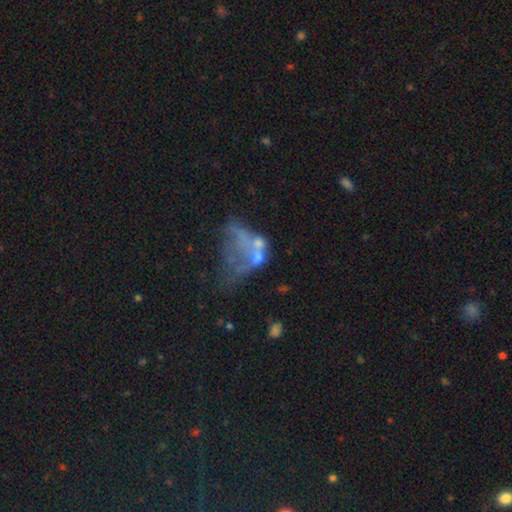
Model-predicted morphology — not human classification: smooth-or-featured: featured or disk: 53% | smooth: 28% | star or artifact: 18%
  disk-edge-on: no: 97% | yes: 3%
    bar: no: 93% | weak: 5% | strong: 2%
    has-spiral-arms: no: 95% | yes: 5%
    bulge-size: none: 71% | small: 14% | moderate: 12% | large: 2% | dominant: 1%
  merging: major disturbance: 35% | merger: 32% | none: 21% | minor disturbance: 12%